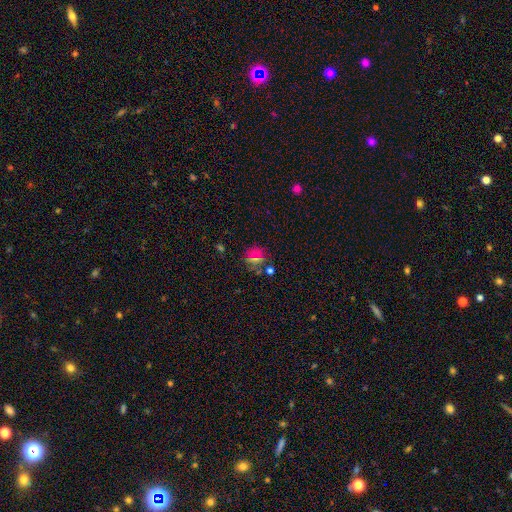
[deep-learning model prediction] Smooth or featured? Predicted: smooth (p=0.59). How rounded? Predicted: round (p=0.87). Merging? Predicted: none (p=0.73).